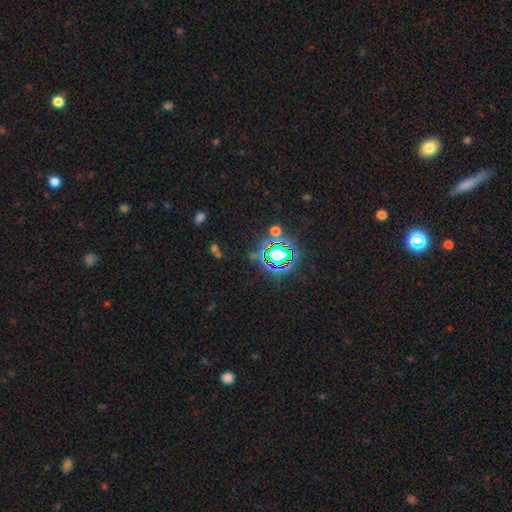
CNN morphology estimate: Smooth or featured?
  - star or artifact: 77% *
  - smooth: 14%
  - featured or disk: 9%